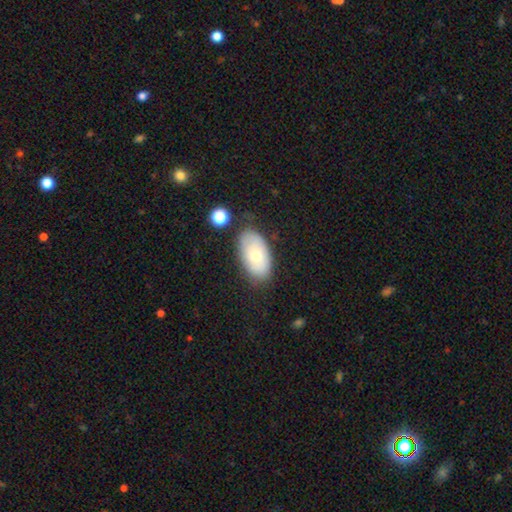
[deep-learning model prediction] Smooth or featured?
  - smooth: 64% *
  - featured or disk: 28%
  - star or artifact: 8%
How rounded?
  - in between: 93% *
  - round: 6%
  - cigar-shaped: 2%
Merging?
  - none: 75% *
  - minor disturbance: 17%
  - major disturbance: 5%
  - merger: 3%